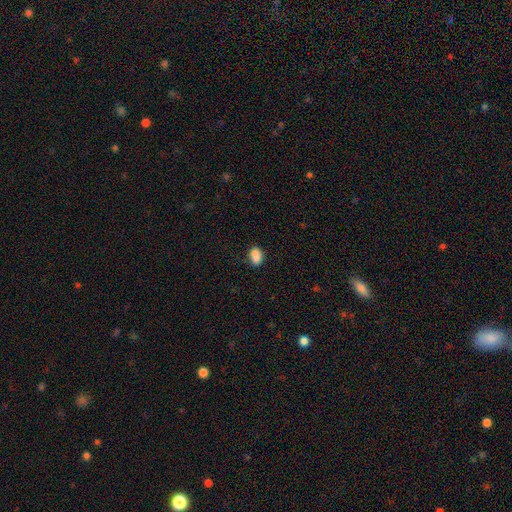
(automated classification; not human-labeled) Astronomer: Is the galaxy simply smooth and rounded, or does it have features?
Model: smooth — 79%.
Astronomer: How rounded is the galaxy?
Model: in between — 74%.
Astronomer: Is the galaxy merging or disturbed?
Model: none — 48% (runner-up: merger, 31%).